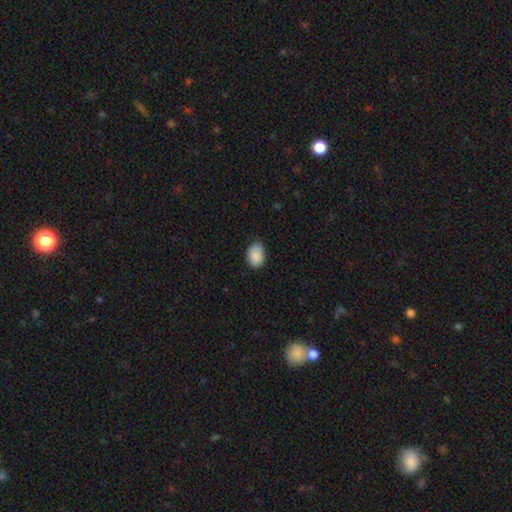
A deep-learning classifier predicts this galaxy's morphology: type=smooth (88%); roundness=in between (75%); merging=none (62%).